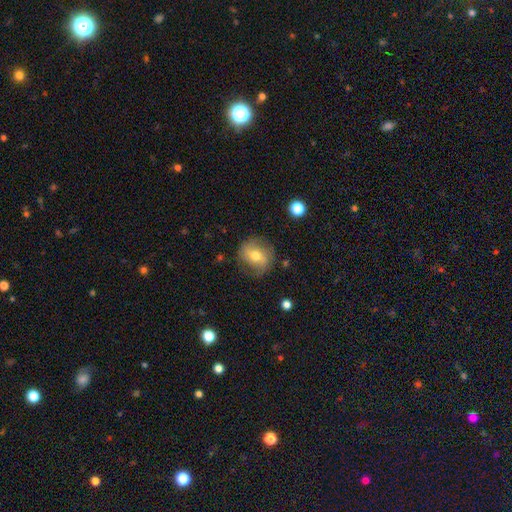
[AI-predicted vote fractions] This appears to be a smooth galaxy with no disk features (57%) that is round (79%). Merging: none (75%).